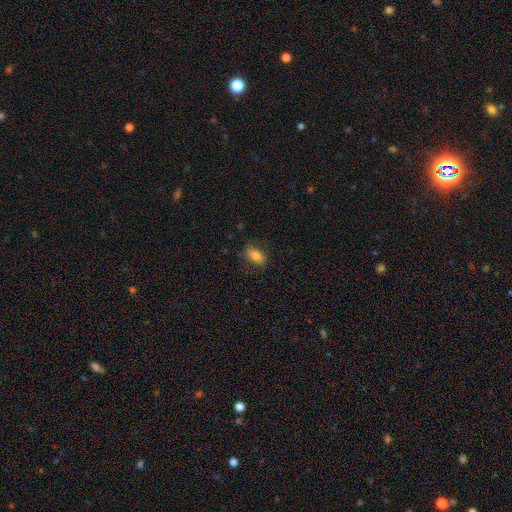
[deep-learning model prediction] The model was most divided on "merging": none: 79%, minor disturbance: 15%, major disturbance: 4%, merger: 1%. More confident: how rounded — in between (89%); smooth or featured — smooth (79%).